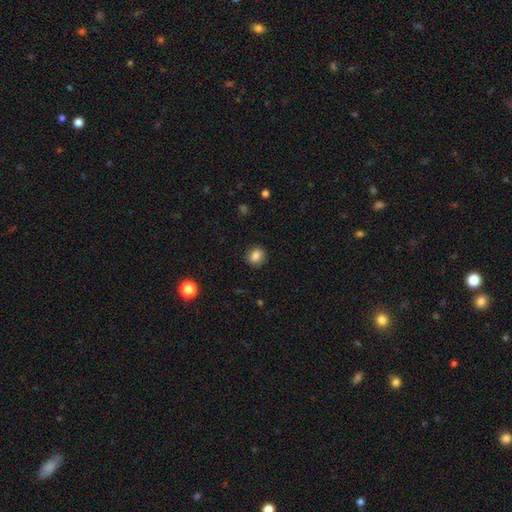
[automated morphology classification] Smooth or featured? smooth (83%)
How rounded? round (65%)
Merging? none (86%)